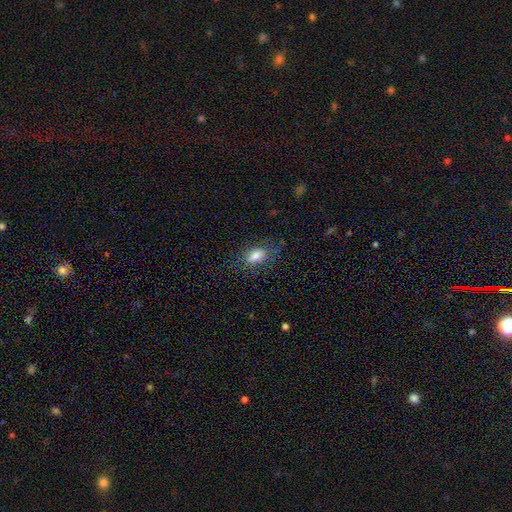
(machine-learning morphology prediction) This is likely a smooth galaxy (77%). How rounded: clearly in between (87%). Merging: likely none (72%).